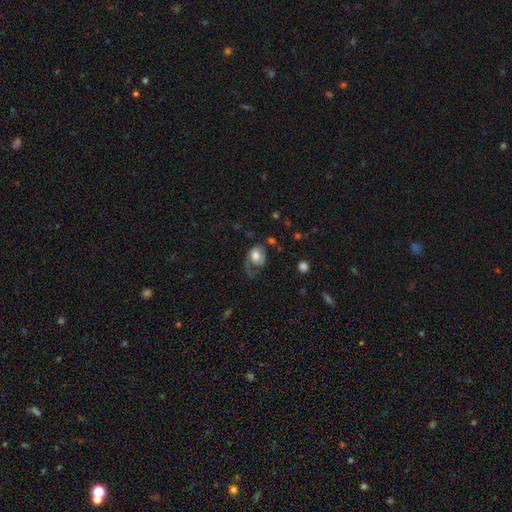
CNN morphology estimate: This is possibly a smooth galaxy (49%). Merging: marginally major disturbance (42%).